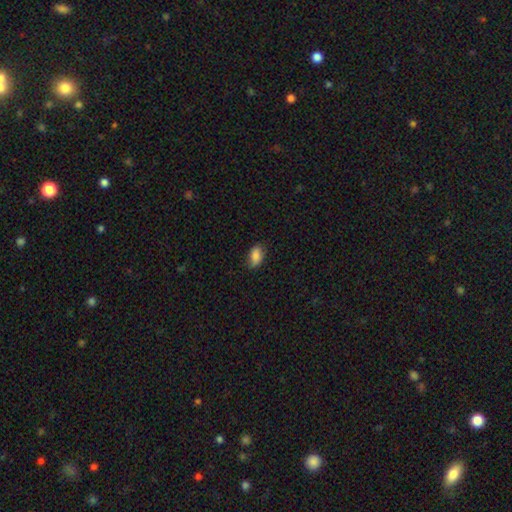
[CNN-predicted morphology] A smooth galaxy with no disk features (83%) that is in between round and cigar-shaped (90%). Merging: none (73%).